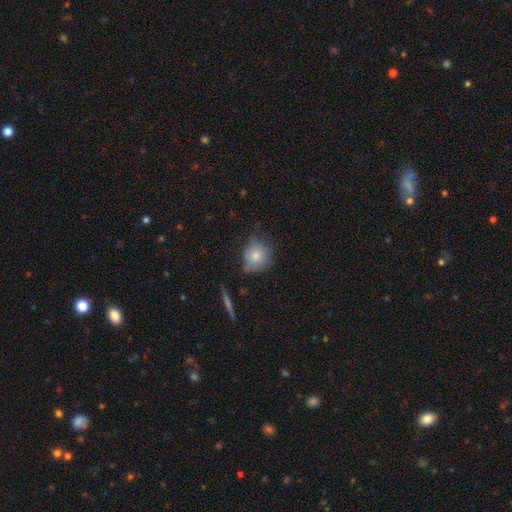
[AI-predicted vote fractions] A smooth galaxy with no disk features (78%) that is round (81%). Merging: none (57%).